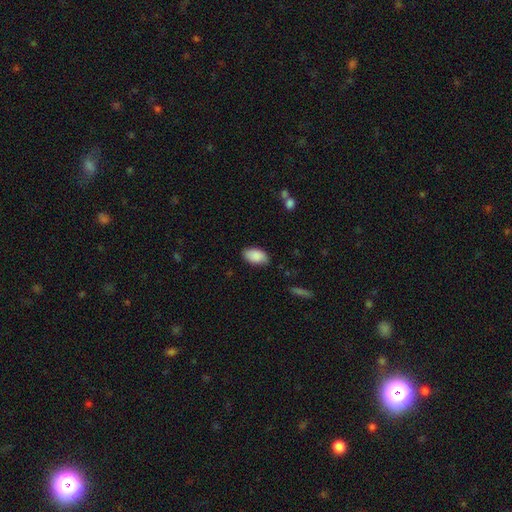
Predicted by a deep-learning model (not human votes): smooth 88%, star or artifact 6%, featured or disk 6%. Down the decision tree: how rounded — in between (94%); merging — none (81%).